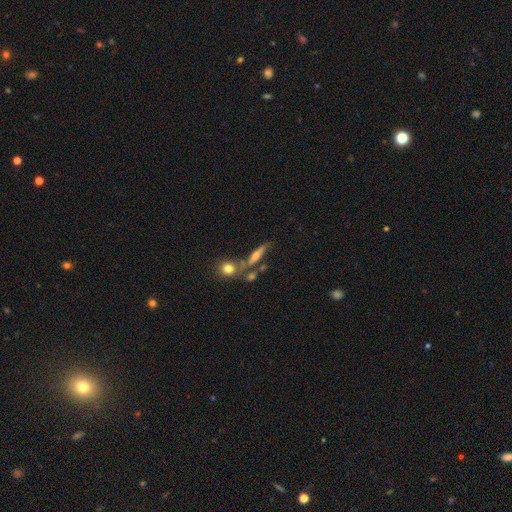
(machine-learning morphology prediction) A featured or disk galaxy (46%). Merging: none (57%).